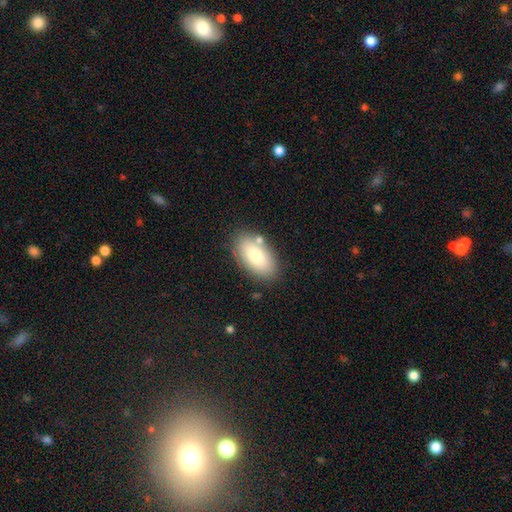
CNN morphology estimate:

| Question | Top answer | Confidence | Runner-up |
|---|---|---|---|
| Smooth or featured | smooth | 78% | featured or disk (15%) |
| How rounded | in between | 93% | round (3%) |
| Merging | none | 79% | minor disturbance (12%) |